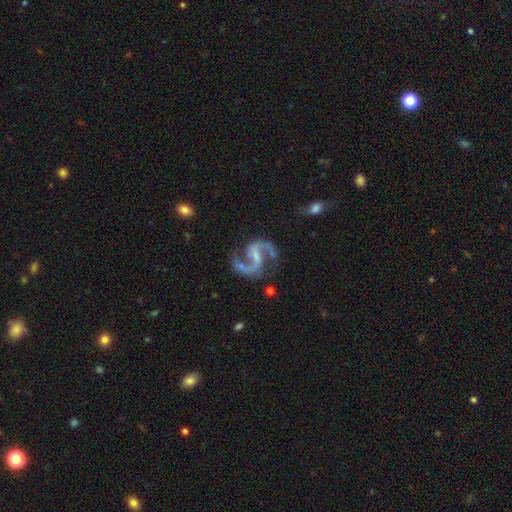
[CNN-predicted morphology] Smooth or featured: featured or disk — 94% (star or artifact — 4%)
Edge-on disk: no — 98% (yes — 2%)
Bar: weak — 44% (no — 28%)
Spiral arms: yes — 98% (no — 2%)
Spiral winding: medium — 61% (loose — 30%)
Spiral arm count: 2 — 94% (1 — 1%)
Bulge size: small — 57% (none — 23%)
Merging: none — 75% (minor disturbance — 15%)